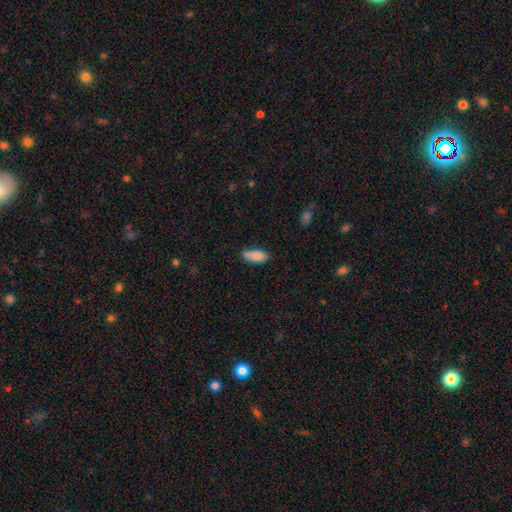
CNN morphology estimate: Smooth or featured? Predicted: smooth (p=0.88). How rounded? Predicted: in between (p=0.79). Merging? Predicted: none (p=0.76).